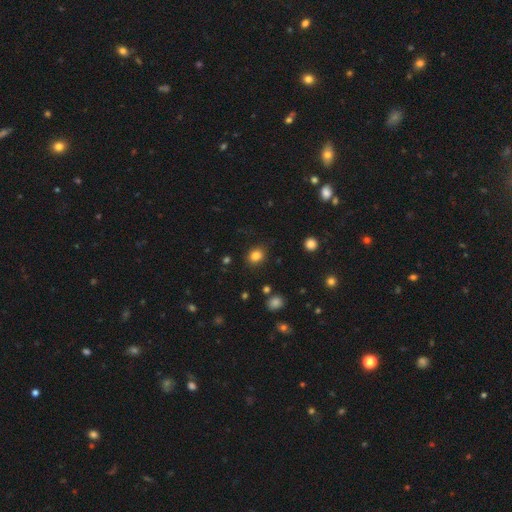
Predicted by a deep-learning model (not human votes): A smooth galaxy with no disk features (83%) that is round (66%). Merging: none (86%).